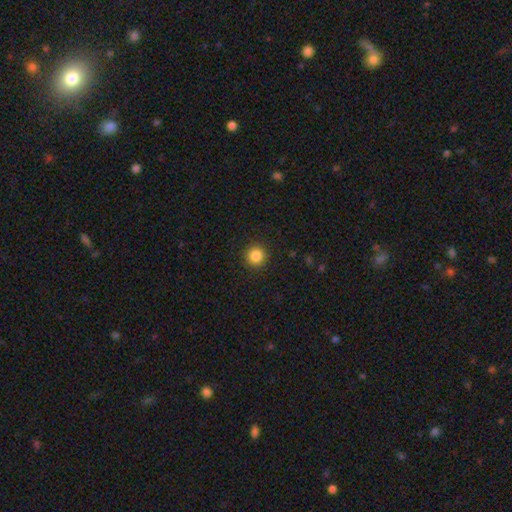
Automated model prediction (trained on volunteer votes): smooth-or-featured: smooth: 86% | star or artifact: 10% | featured or disk: 4%
  how-rounded: round: 95% | in between: 4% | cigar-shaped: 1%
  merging: none: 91% | minor disturbance: 6% | major disturbance: 2% | merger: 1%